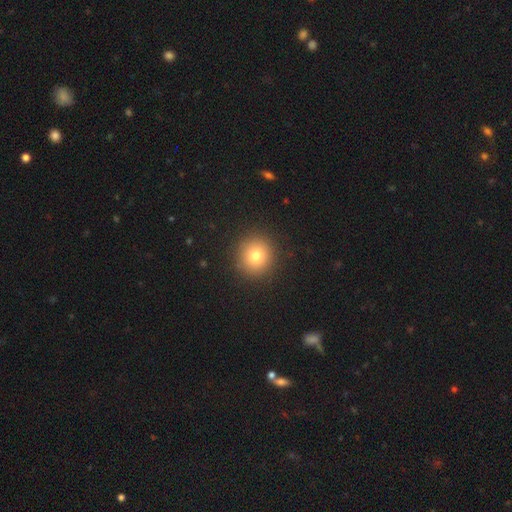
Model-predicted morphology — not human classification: Q: Smooth or featured?
A: smooth (78%); runner-up: star or artifact (13%)
Q: How rounded?
A: round (92%); runner-up: in between (7%)
Q: Merging?
A: none (91%); runner-up: minor disturbance (6%)